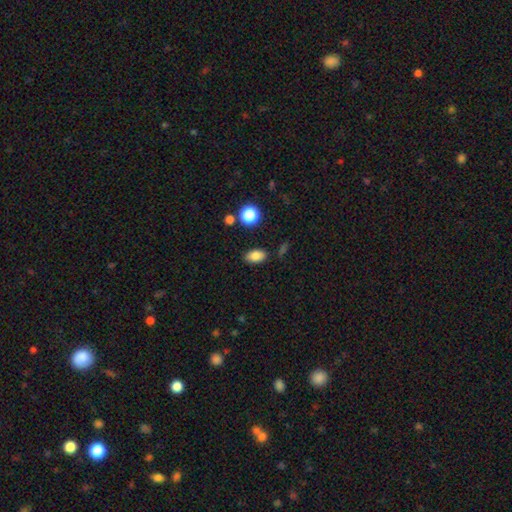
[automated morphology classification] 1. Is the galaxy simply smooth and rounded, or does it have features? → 83% smooth, 11% star or artifact, 6% featured or disk.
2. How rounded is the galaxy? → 87% in between, 11% round, 2% cigar-shaped.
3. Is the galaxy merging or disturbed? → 84% none, 10% minor disturbance, 3% major disturbance, 3% merger.